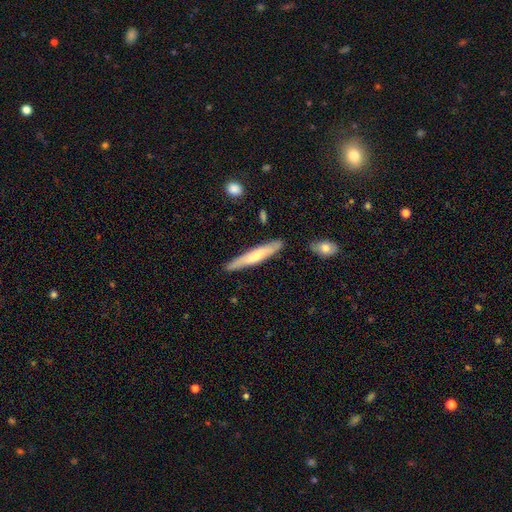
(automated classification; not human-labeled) Smooth or featured: smooth — 57% (featured or disk — 38%)
How rounded: cigar-shaped — 92% (in between — 6%)
Merging: none — 86% (minor disturbance — 10%)